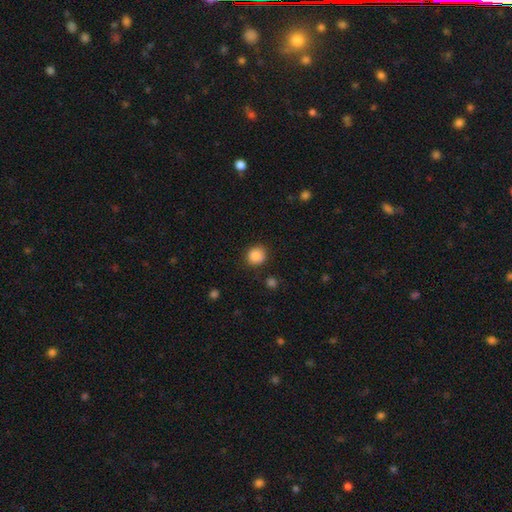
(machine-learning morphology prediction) smooth 87%, star or artifact 10%, featured or disk 3%. Down the decision tree: how rounded — round (89%); merging — none (86%).